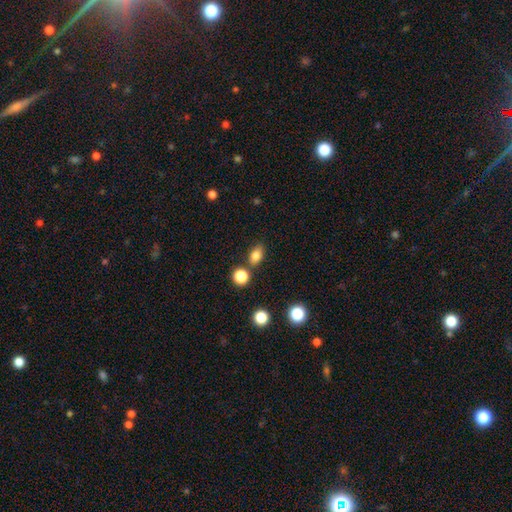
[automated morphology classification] type=smooth (82%); roundness=in between (78%); merging=none (76%).